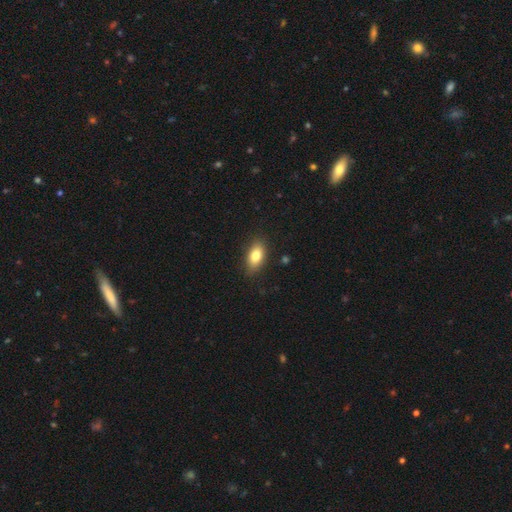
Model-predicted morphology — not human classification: smooth-or-featured: smooth: 80% | featured or disk: 12% | star or artifact: 8%
  how-rounded: in between: 88% | round: 6% | cigar-shaped: 5%
  merging: none: 84% | minor disturbance: 12% | major disturbance: 2% | merger: 1%